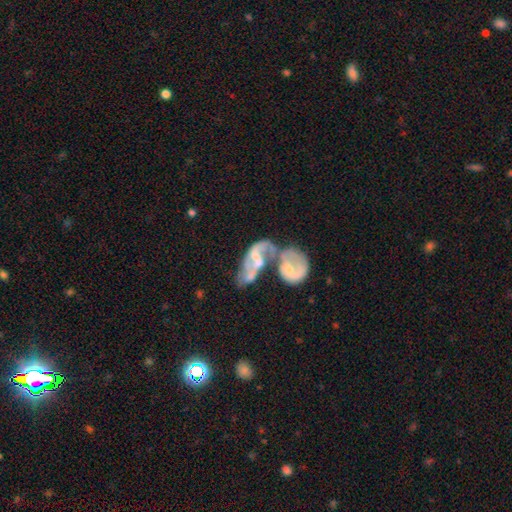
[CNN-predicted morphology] The model was most divided on "bulge size": small: 44%, moderate: 32%, none: 19%, large: 3%, dominant: 2%. More confident: edge-on disk — no (94%); merging — merger (72%); smooth or featured — featured or disk (69%); spiral arms — yes (68%); bar — no (55%).